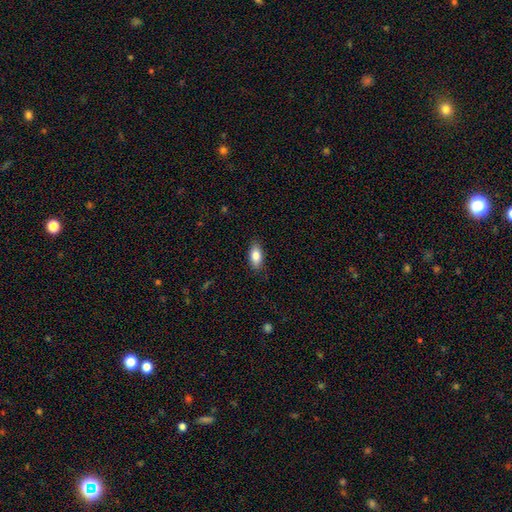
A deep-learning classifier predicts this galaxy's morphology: Overall: smooth (85%). How rounded: in between (89%). Merging: none (86%).